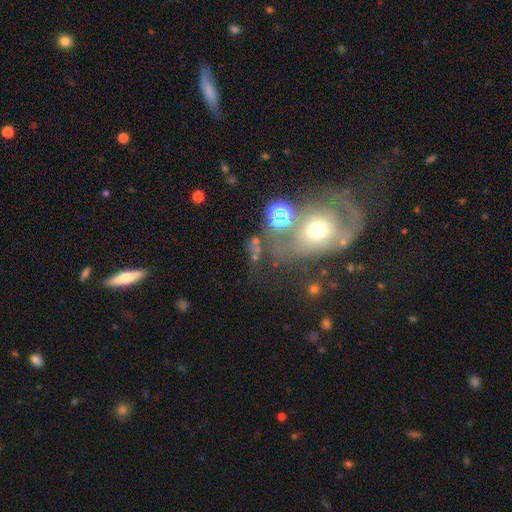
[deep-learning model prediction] This is marginally a smooth galaxy (42%). Merging: marginally none (44%).